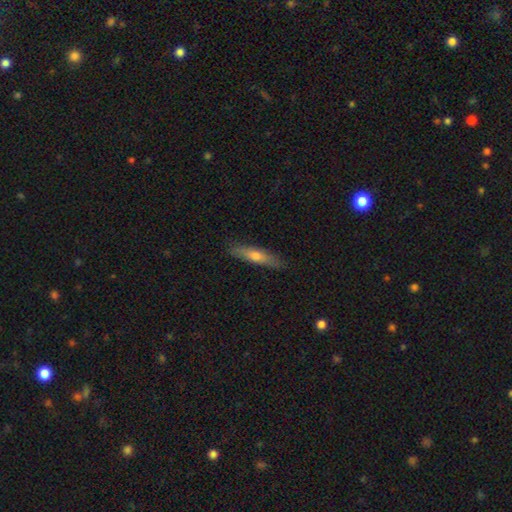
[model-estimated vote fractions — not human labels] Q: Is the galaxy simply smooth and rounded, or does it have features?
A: smooth — 60%.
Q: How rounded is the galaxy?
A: cigar-shaped — 82%.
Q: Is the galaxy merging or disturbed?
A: none — 88%.